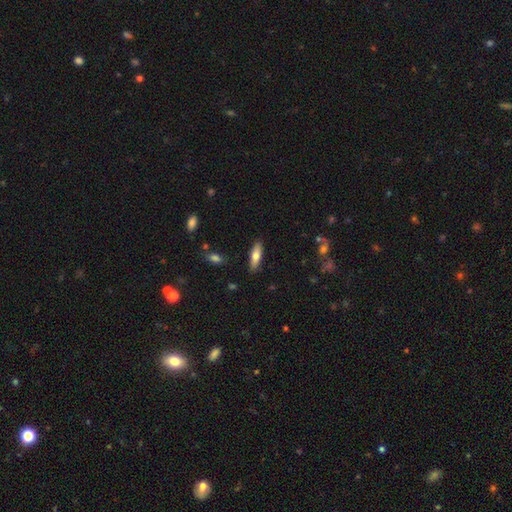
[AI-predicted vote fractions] This is likely a smooth galaxy (69%). How rounded: possibly cigar-shaped (50%). Merging: clearly none (87%).